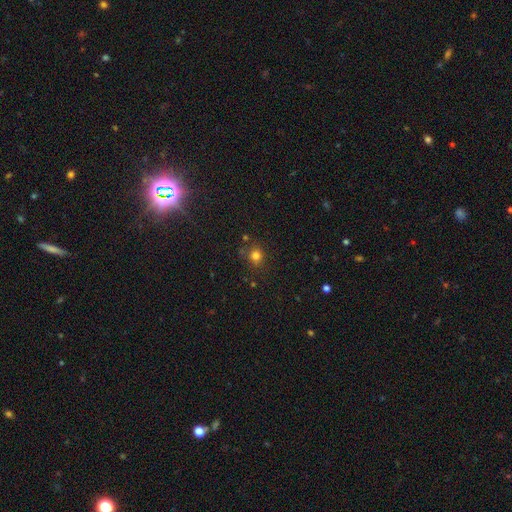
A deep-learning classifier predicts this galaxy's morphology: Smooth or featured?
  - smooth: 77% *
  - star or artifact: 17%
  - featured or disk: 6%
How rounded?
  - round: 83% *
  - in between: 16%
  - cigar-shaped: 1%
Merging?
  - none: 79% *
  - minor disturbance: 12%
  - merger: 5%
  - major disturbance: 4%